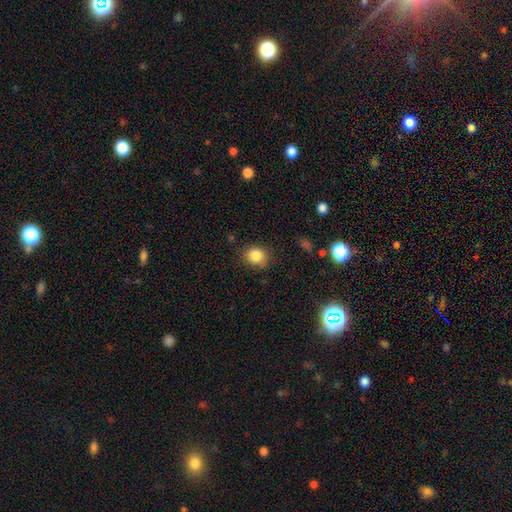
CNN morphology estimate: The model was most divided on "how rounded": round: 71%, in between: 28%, cigar-shaped: 1%. More confident: smooth or featured — smooth (84%); merging — none (81%).